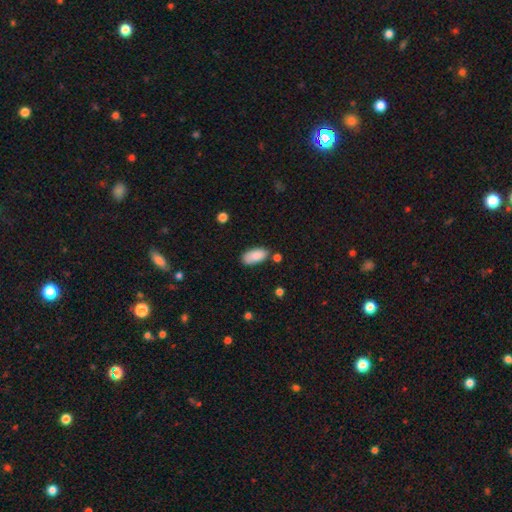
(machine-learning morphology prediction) Smooth or featured? smooth (88%)
How rounded? in between (92%)
Merging? none (74%)